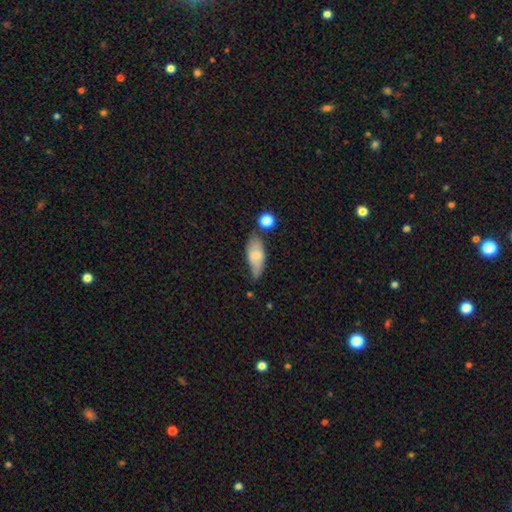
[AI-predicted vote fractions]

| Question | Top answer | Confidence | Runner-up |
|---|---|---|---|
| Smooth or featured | smooth | 67% | featured or disk (26%) |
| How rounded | in between | 82% | cigar-shaped (15%) |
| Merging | none | 52% | minor disturbance (32%) |